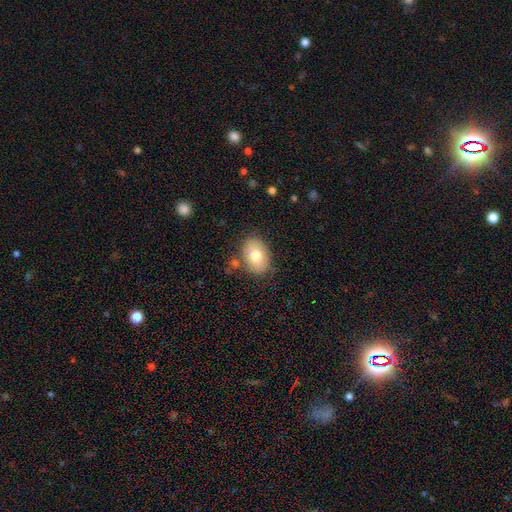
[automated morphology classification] A smooth galaxy with no disk features (77%) that is in between round and cigar-shaped (82%). Merging: none (80%).